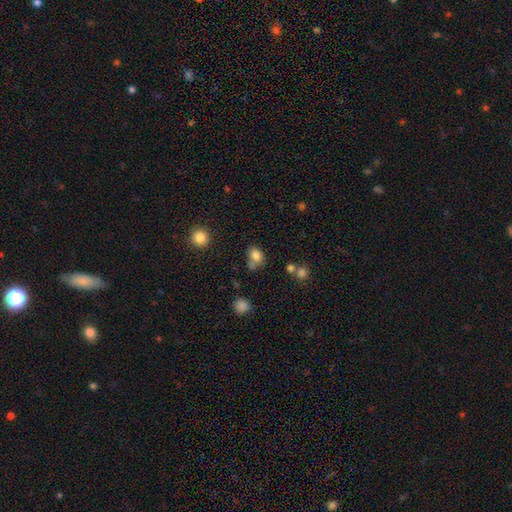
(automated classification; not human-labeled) smooth_or_featured: smooth (p=0.80) [alt: star or artifact p=0.12]
how_rounded: in between (p=0.57) [alt: round p=0.42]
merging: none (p=0.51) [alt: minor disturbance p=0.23]